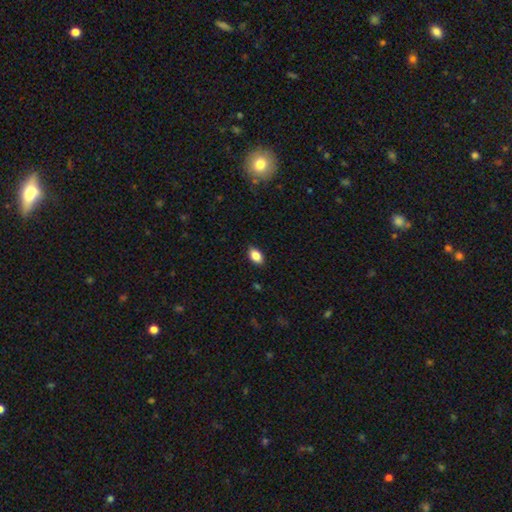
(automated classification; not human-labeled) This is clearly a smooth galaxy (86%). How rounded: clearly in between (90%). Merging: clearly none (87%).